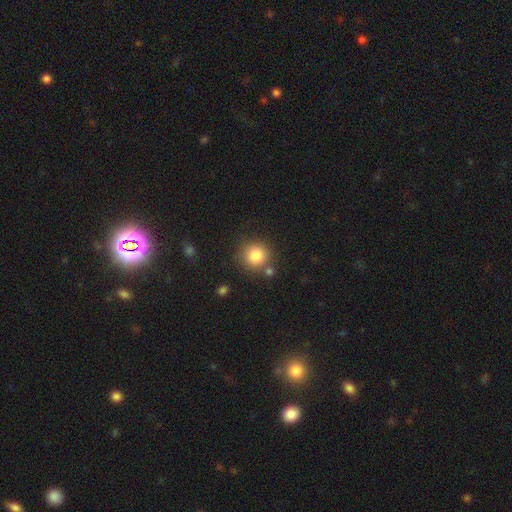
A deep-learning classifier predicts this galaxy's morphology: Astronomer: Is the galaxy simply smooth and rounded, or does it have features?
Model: smooth — 83%.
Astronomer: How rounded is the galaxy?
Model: round — 92%.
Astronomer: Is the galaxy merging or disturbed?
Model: none — 77%.